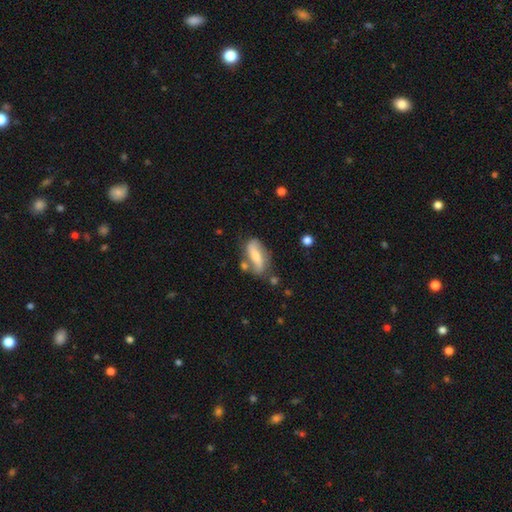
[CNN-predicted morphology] Q: Smooth or featured?
A: smooth (47%); runner-up: featured or disk (46%)
Q: Merging?
A: none (60%); runner-up: minor disturbance (22%)